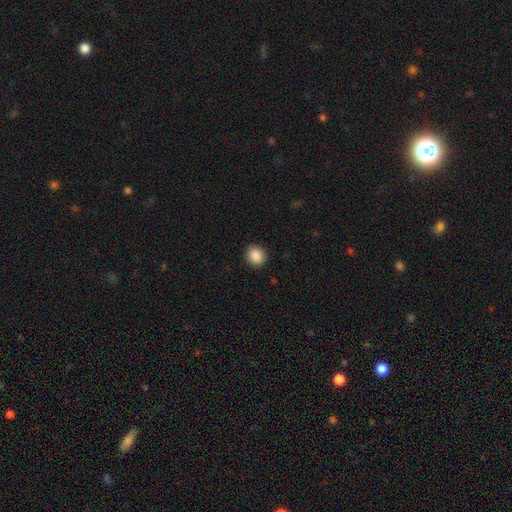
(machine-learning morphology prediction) Overall: smooth (88%). How rounded: round (82%). Merging: none (91%).